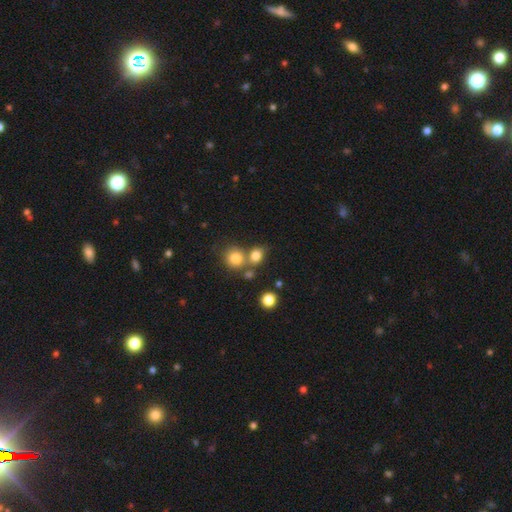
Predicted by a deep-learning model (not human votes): Smooth or featured: smooth — 79% (star or artifact — 13%)
How rounded: round — 64% (in between — 35%)
Merging: none — 51% (merger — 34%)